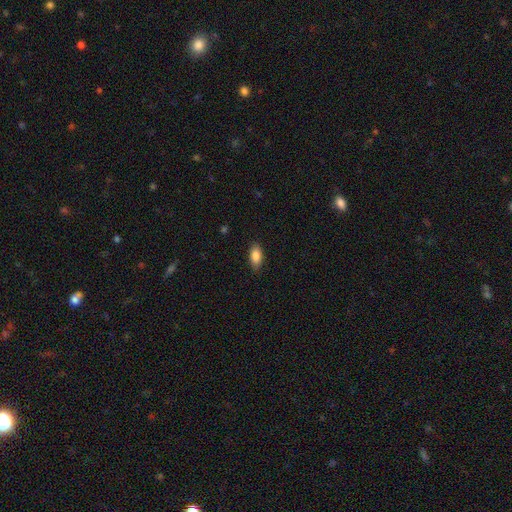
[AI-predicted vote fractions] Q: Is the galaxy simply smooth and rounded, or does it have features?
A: smooth — 87%.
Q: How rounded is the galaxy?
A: in between — 89%.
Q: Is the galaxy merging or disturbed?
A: none — 86%.